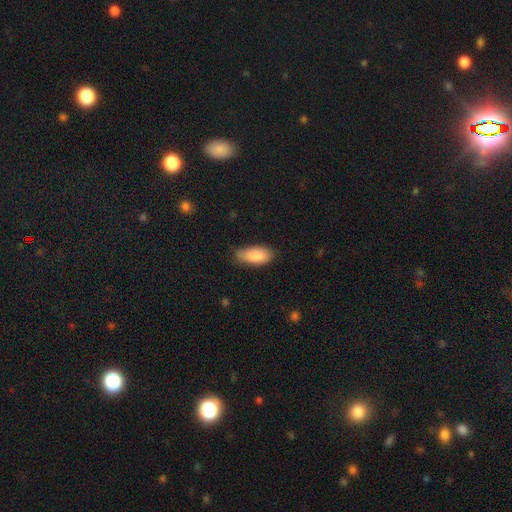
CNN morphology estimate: A smooth galaxy with no disk features (87%) that is in between round and cigar-shaped (87%).

Vote fractions:
- Smooth or featured? smooth: 87% / featured or disk: 7% / star or artifact: 6%
- How rounded? in between: 87% / cigar-shaped: 11% / round: 2%
- Merging? none: 69% / minor disturbance: 26% / major disturbance: 4% / merger: 1%